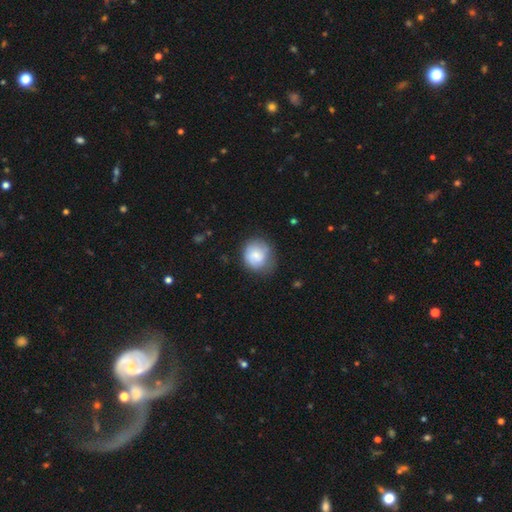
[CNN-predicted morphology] Smooth or featured?
  - smooth: 72% *
  - featured or disk: 21%
  - star or artifact: 7%
How rounded?
  - round: 80% *
  - in between: 19%
  - cigar-shaped: 1%
Merging?
  - none: 62% *
  - minor disturbance: 27%
  - major disturbance: 9%
  - merger: 2%